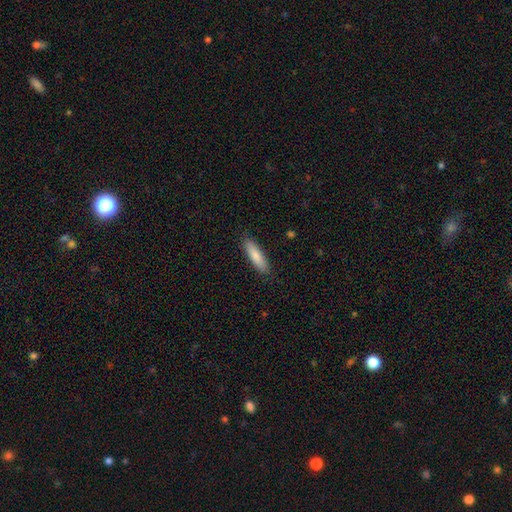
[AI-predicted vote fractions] smooth 82%, featured or disk 13%, star or artifact 6%. Down the decision tree: how rounded — cigar-shaped (66%); merging — none (88%).